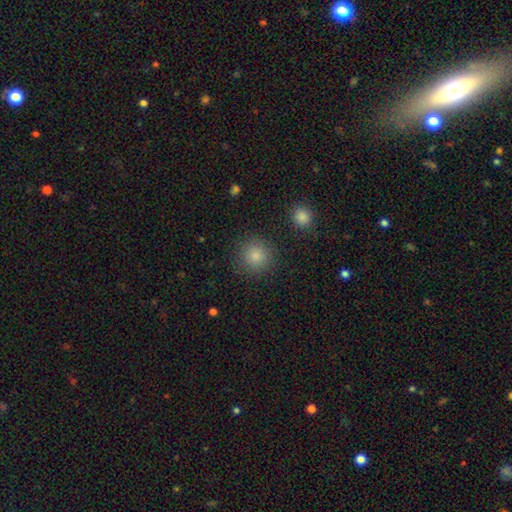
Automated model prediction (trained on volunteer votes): Q: Smooth or featured?
A: smooth (86%); runner-up: star or artifact (10%)
Q: How rounded?
A: round (94%); runner-up: in between (5%)
Q: Merging?
A: none (88%); runner-up: minor disturbance (7%)